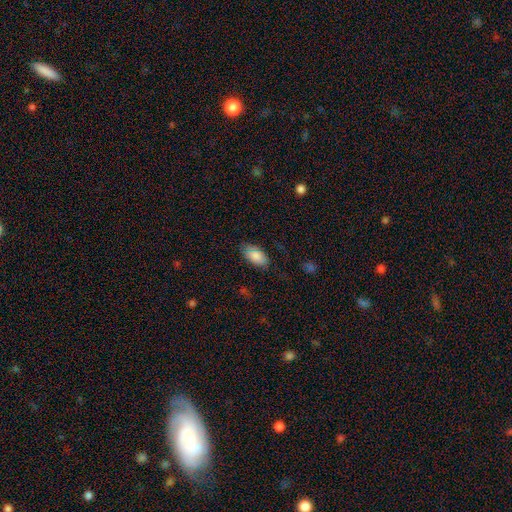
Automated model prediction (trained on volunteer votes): The model was most divided on "merging": none: 77%, minor disturbance: 17%, major disturbance: 5%, merger: 1%. More confident: how rounded — in between (94%); smooth or featured — smooth (83%).